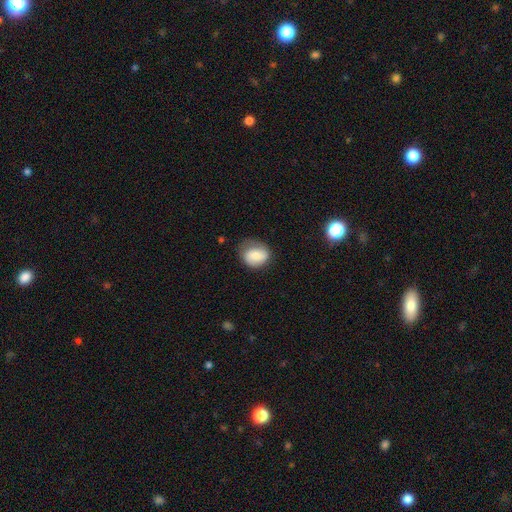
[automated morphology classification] type=smooth (69%); roundness=round (59%); merging=none (59%).